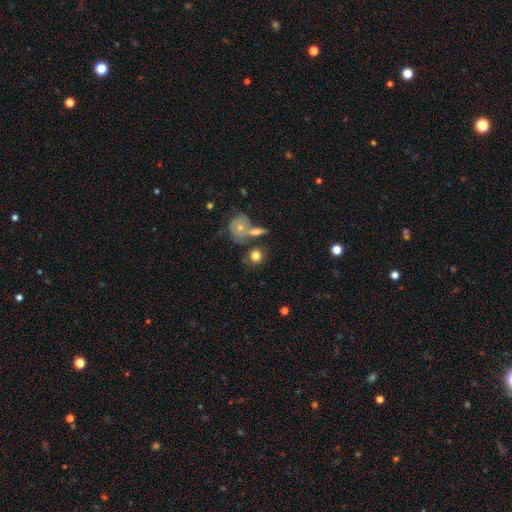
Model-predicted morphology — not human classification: Smooth or featured? smooth (75%)
How rounded? round (74%)
Merging? none (59%)